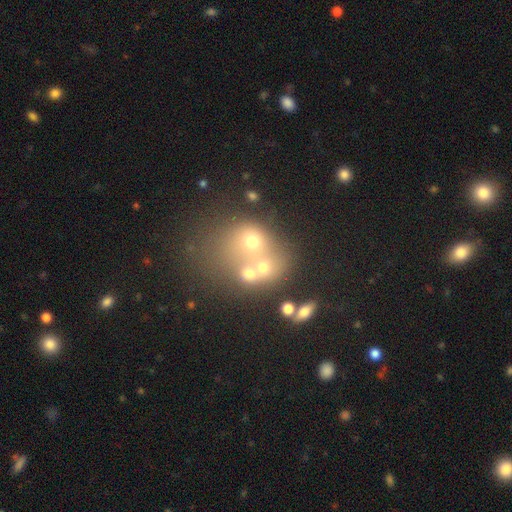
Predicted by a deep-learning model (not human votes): This appears to be a smooth galaxy with no disk features (46%). Merging: merger (55%).